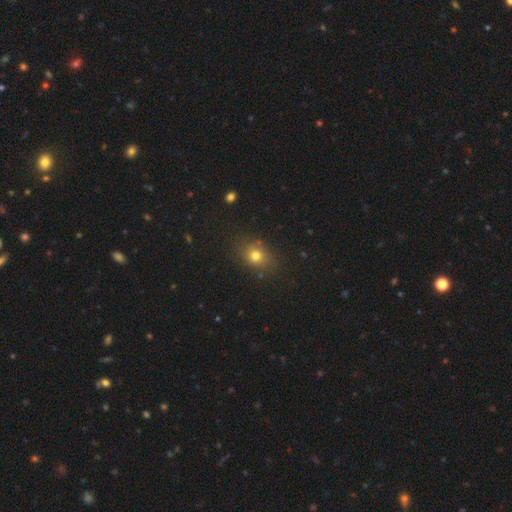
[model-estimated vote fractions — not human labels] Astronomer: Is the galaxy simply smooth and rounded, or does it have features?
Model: smooth — 75%.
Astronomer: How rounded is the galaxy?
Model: round — 52% (runner-up: in between, 46%).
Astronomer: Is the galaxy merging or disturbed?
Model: none — 78%.